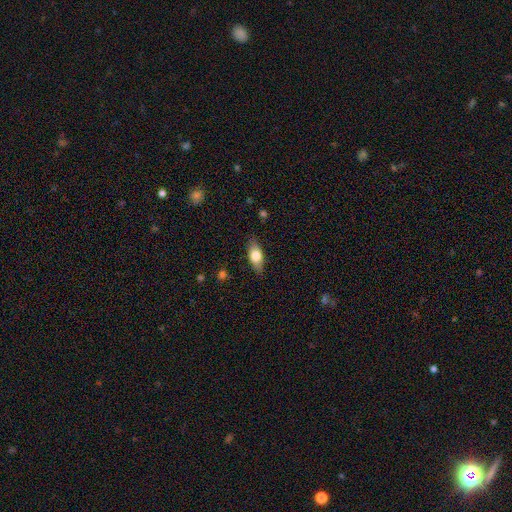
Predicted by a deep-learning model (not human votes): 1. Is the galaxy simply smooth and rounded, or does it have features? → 69% smooth, 24% featured or disk, 7% star or artifact.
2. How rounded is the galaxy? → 81% in between, 14% cigar-shaped, 4% round.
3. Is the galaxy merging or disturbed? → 83% none, 13% minor disturbance, 3% major disturbance, 1% merger.